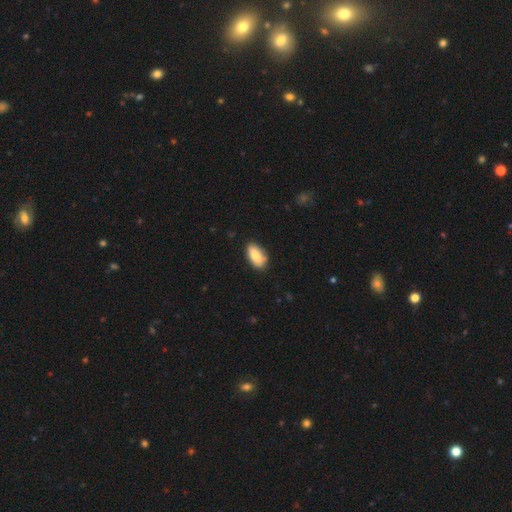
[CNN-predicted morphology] smooth-or-featured: smooth: 84% | featured or disk: 9% | star or artifact: 6%
  how-rounded: in between: 91% | cigar-shaped: 6% | round: 3%
  merging: none: 83% | minor disturbance: 13% | major disturbance: 2% | merger: 1%